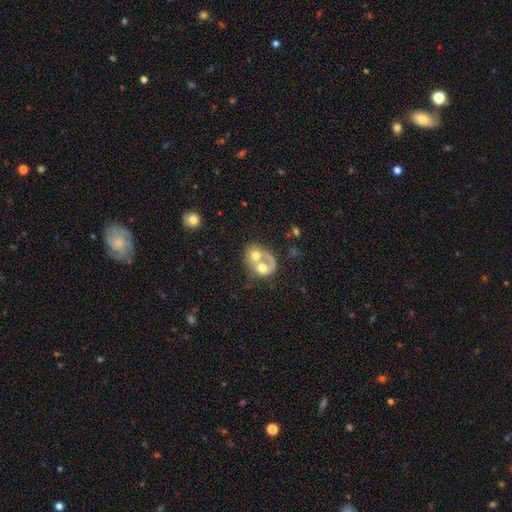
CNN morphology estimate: The model was most divided on "smooth or featured": smooth: 47%, featured or disk: 46%, star or artifact: 7%. More confident: merging — merger (77%).